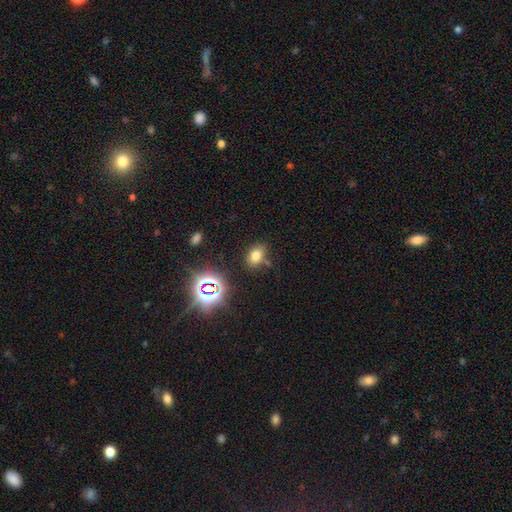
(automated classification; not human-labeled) Smooth or featured? smooth (70%)
How rounded? in between (76%)
Merging? none (75%)